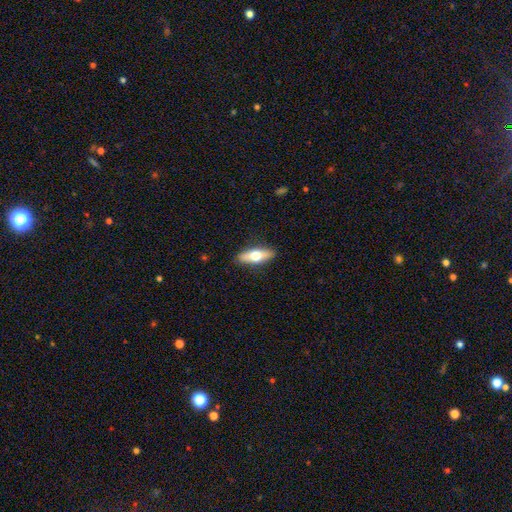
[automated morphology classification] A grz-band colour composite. It shows a smooth galaxy with no disk features (57%) that is in between round and cigar-shaped (60%). Merging: none (89%).